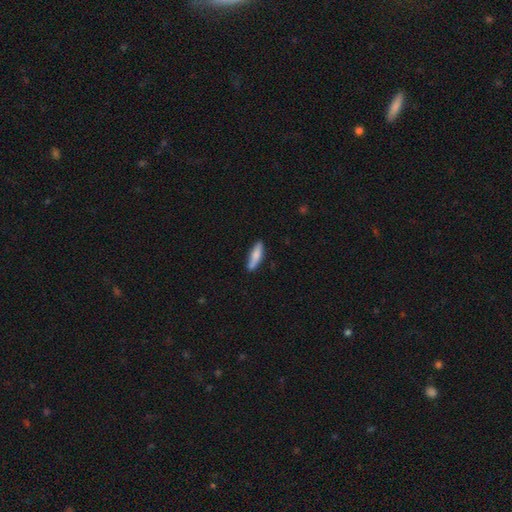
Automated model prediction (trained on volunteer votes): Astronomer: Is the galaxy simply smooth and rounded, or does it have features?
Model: smooth — 78%.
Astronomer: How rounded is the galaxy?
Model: cigar-shaped — 67%.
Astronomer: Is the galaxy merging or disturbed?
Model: none — 75%.